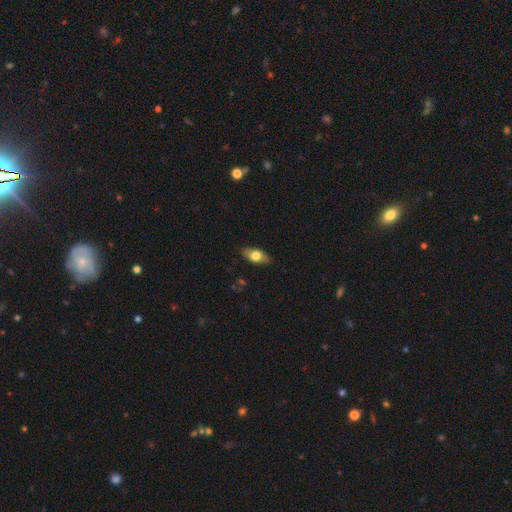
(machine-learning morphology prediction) The model was most divided on "smooth or featured": smooth: 72%, featured or disk: 21%, star or artifact: 7%. More confident: how rounded — in between (88%); merging — none (84%).